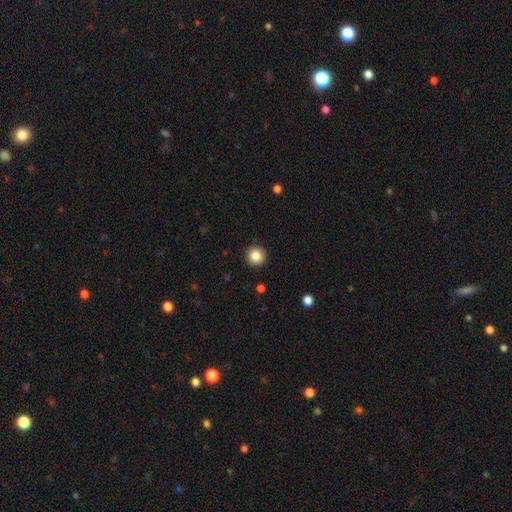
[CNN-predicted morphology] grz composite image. It shows a smooth galaxy with no disk features (86%) that is round (96%). Merging: none (92%).